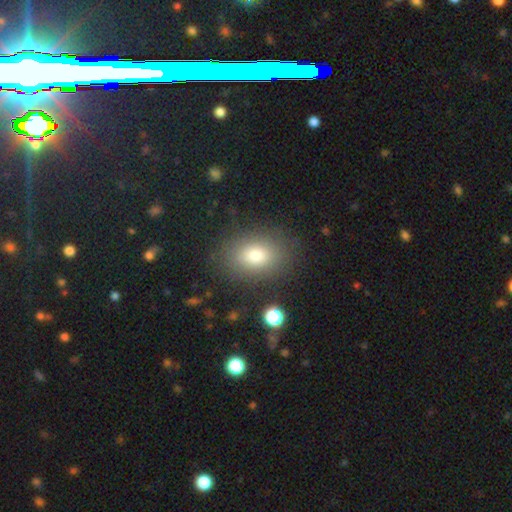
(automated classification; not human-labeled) A smooth galaxy with no disk features (80%) that is in between round and cigar-shaped (76%).

Vote fractions:
- Smooth or featured? smooth: 80% / star or artifact: 10% / featured or disk: 10%
- How rounded? in between: 76% / round: 23% / cigar-shaped: 1%
- Merging? none: 83% / minor disturbance: 11% / major disturbance: 4% / merger: 2%